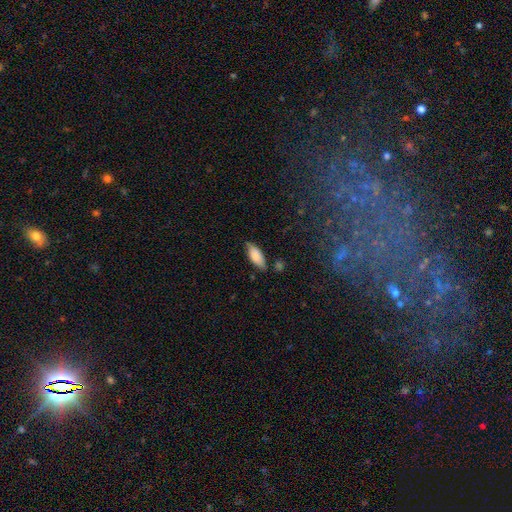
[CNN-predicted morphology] smooth 82%, featured or disk 11%, star or artifact 7%. Down the decision tree: how rounded — in between (78%); merging — none (73%).